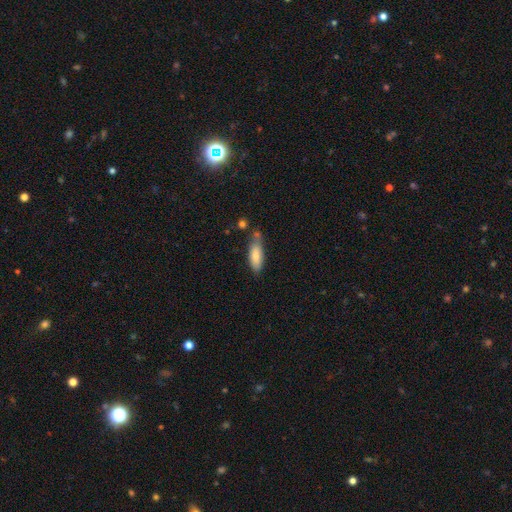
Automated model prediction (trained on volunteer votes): smooth-or-featured: smooth: 81% | featured or disk: 12% | star or artifact: 6%
  how-rounded: in between: 64% | cigar-shaped: 34% | round: 2%
  merging: none: 55% | minor disturbance: 26% | merger: 13% | major disturbance: 6%